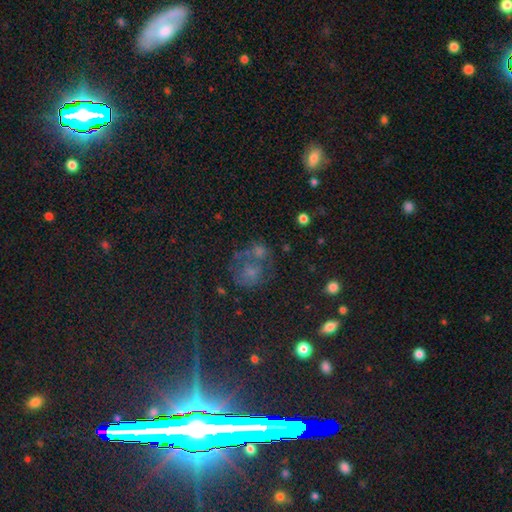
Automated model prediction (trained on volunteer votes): This appears to be a smooth galaxy with no disk features (40%). Merging: none (39%).